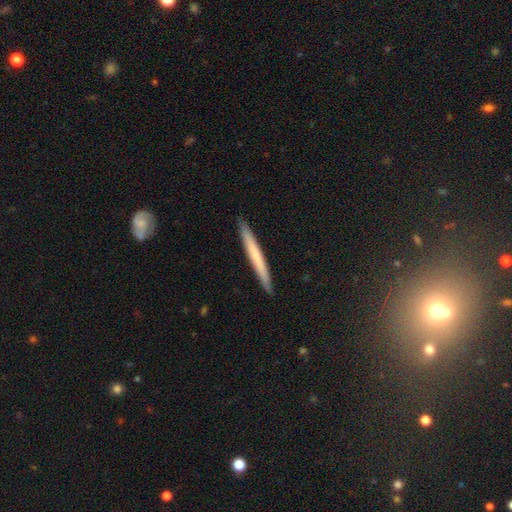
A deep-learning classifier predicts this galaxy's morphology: smooth 60%, featured or disk 35%, star or artifact 5%. Down the decision tree: how rounded — cigar-shaped (97%); merging — none (92%).